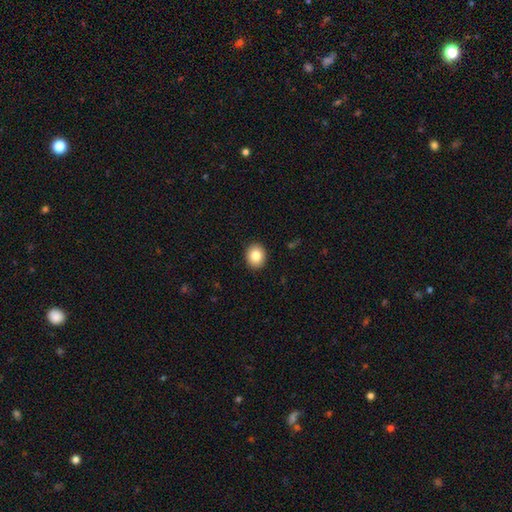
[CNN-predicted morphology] type=smooth (84%); roundness=round (67%); merging=none (92%).